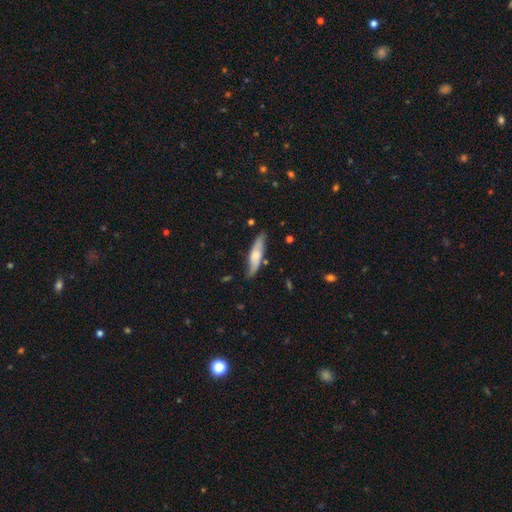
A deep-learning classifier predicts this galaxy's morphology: type=smooth (55%); roundness=cigar-shaped (68%); merging=none (78%).